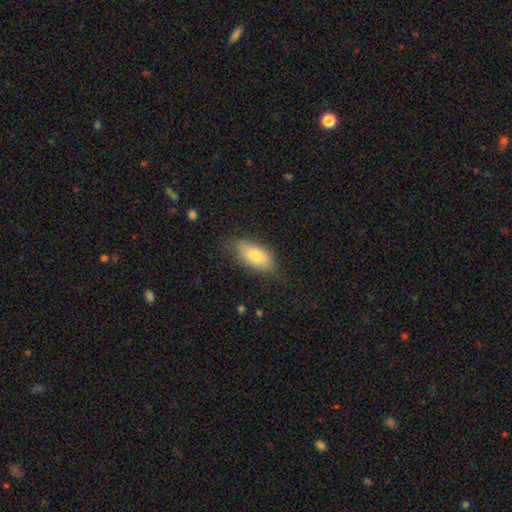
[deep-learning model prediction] This appears to be a smooth galaxy with no disk features (75%) that is in between round and cigar-shaped (88%). Merging: none (75%).